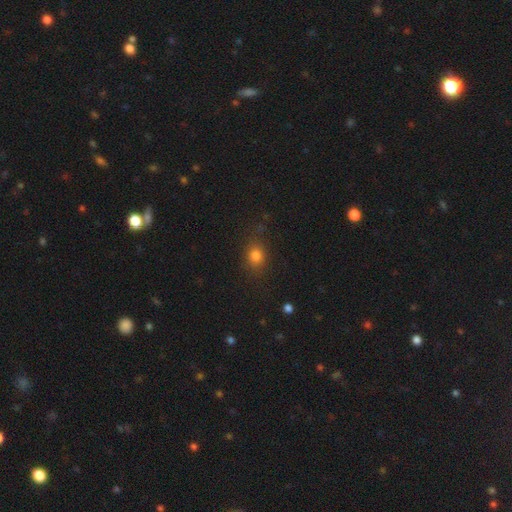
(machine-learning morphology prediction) This appears to be a smooth galaxy with no disk features (80%) that is round (53%). Merging: none (79%).